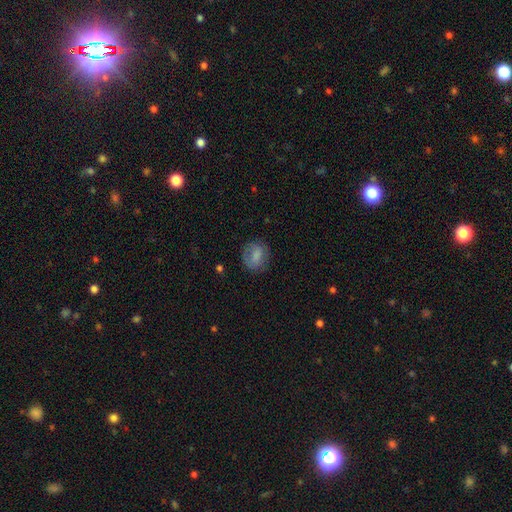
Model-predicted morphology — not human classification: The model was most divided on "how rounded": round: 62%, in between: 37%, cigar-shaped: 1%. More confident: smooth or featured — smooth (73%); merging — none (70%).